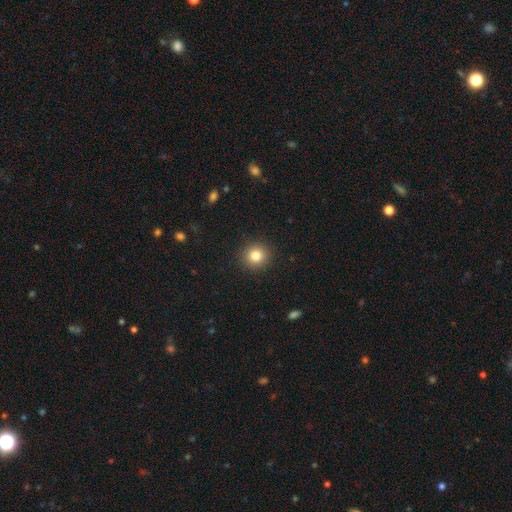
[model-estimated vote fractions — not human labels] Overall: smooth (83%). How rounded: round (92%). Merging: none (92%).